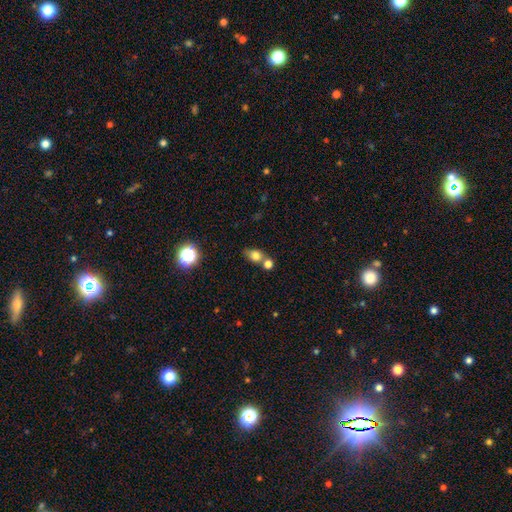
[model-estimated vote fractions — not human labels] This is likely a smooth galaxy (76%). How rounded: possibly in between (60%). Merging: possibly none (51%).